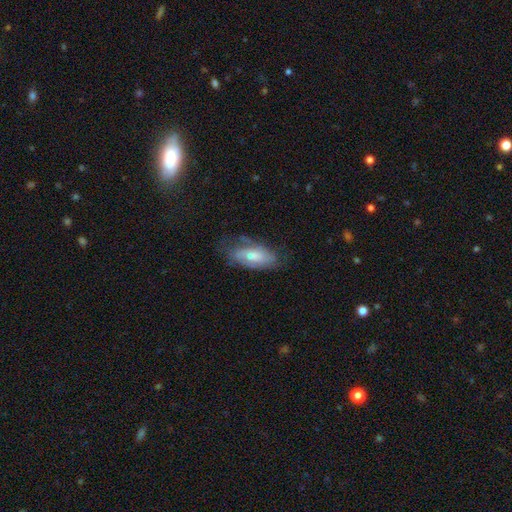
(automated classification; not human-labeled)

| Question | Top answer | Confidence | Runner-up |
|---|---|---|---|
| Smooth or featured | featured or disk | 49% | smooth (43%) |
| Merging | none | 55% | minor disturbance (28%) |